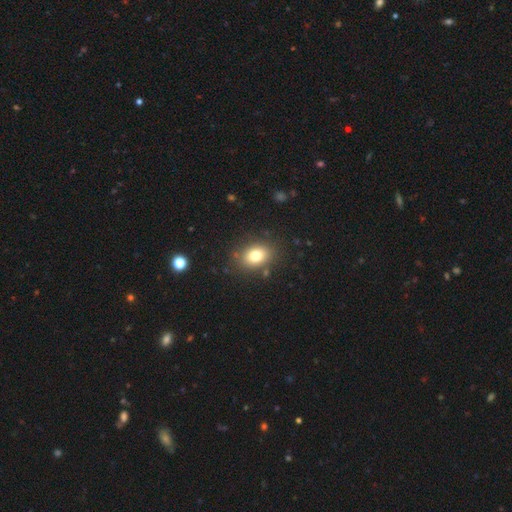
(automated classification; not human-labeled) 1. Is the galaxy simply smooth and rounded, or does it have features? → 78% smooth, 11% star or artifact, 11% featured or disk.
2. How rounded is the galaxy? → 66% in between, 33% round, 1% cigar-shaped.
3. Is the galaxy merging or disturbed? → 84% none, 10% minor disturbance, 4% major disturbance, 3% merger.